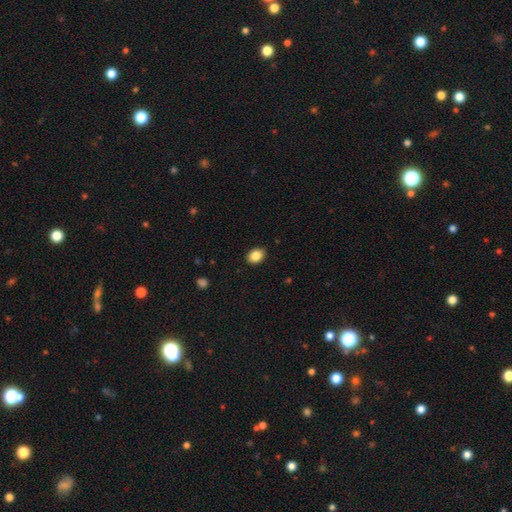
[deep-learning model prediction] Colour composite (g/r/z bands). It shows a smooth galaxy with no disk features (87%) that is in between round and cigar-shaped (66%). Merging: none (90%).